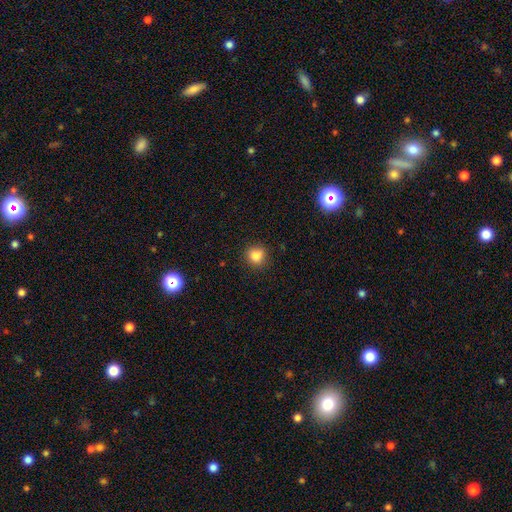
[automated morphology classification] smooth_or_featured: smooth (p=0.85) [alt: star or artifact p=0.11]
how_rounded: round (p=0.87) [alt: in between p=0.12]
merging: none (p=0.87) [alt: minor disturbance p=0.09]